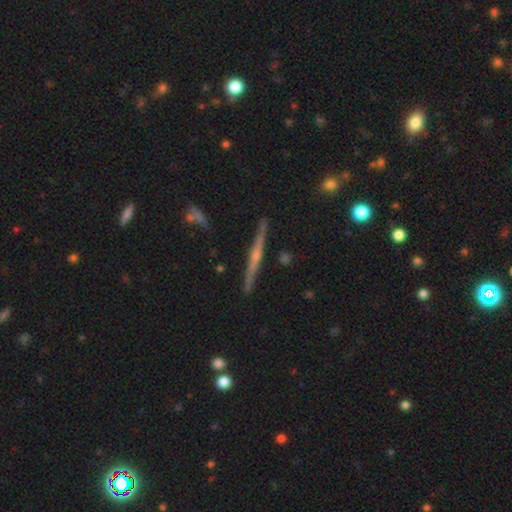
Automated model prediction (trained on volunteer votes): Smooth or featured?
  - featured or disk: 77% *
  - smooth: 16%
  - star or artifact: 7%
Edge-on disk?
  - yes: 98% *
  - no: 2%
Edge-on bulge?
  - rounded: 73% *
  - none: 20%
  - boxy: 7%
Merging?
  - none: 89% *
  - minor disturbance: 7%
  - merger: 2%
  - major disturbance: 1%